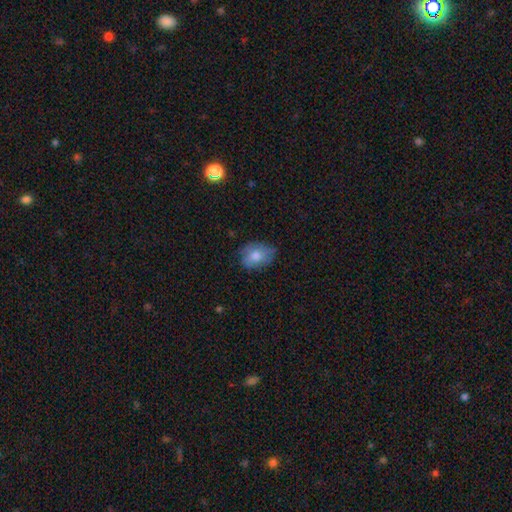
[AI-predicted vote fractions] A smooth galaxy with no disk features (69%) that is in between round and cigar-shaped (71%).

Vote fractions:
- Smooth or featured? smooth: 69% / featured or disk: 23% / star or artifact: 9%
- How rounded? in between: 71% / round: 27% / cigar-shaped: 1%
- Merging? none: 66% / minor disturbance: 26% / major disturbance: 7% / merger: 1%